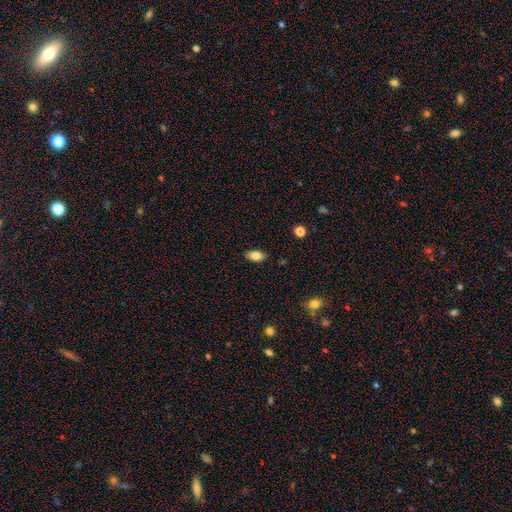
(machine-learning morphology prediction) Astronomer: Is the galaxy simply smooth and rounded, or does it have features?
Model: smooth — 82%.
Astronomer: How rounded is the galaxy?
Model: in between — 92%.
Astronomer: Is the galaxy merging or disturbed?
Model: none — 87%.